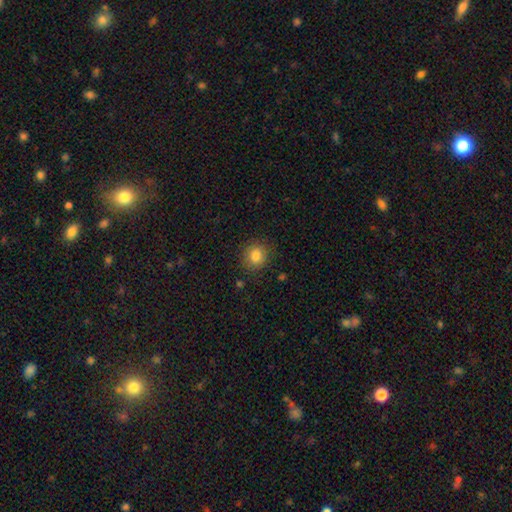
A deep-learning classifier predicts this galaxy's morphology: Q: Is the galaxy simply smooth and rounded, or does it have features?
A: smooth — 84%.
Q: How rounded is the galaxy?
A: round — 79%.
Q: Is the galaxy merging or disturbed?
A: none — 86%.